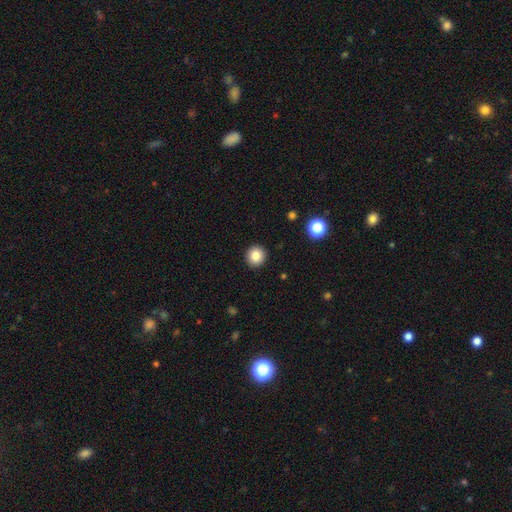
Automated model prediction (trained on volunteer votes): Morphology: type=smooth (85%); roundness=round (92%); merging=none (92%).